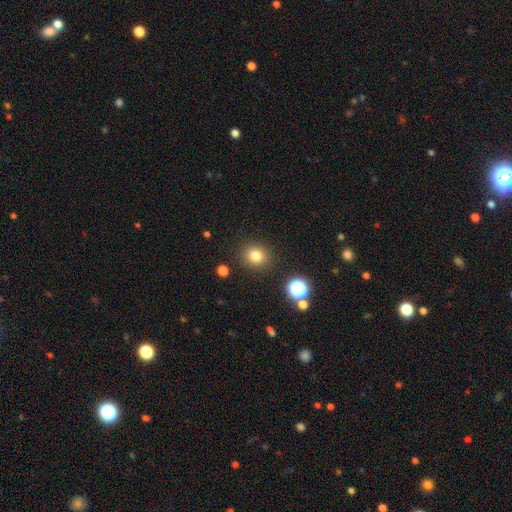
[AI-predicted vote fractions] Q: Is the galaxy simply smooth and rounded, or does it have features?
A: smooth — 79%.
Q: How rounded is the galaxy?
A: round — 87%.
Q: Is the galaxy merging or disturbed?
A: none — 88%.